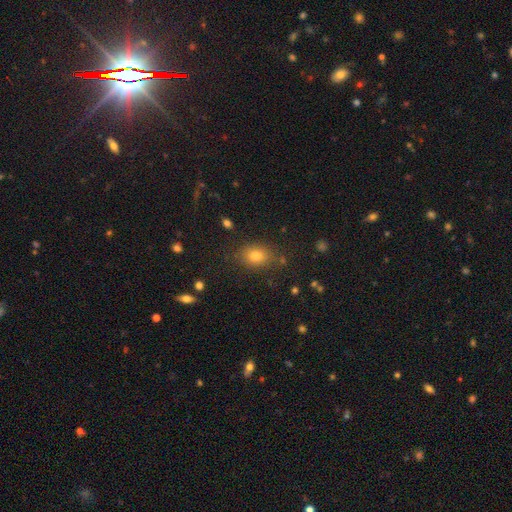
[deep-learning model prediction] Smooth or featured?
  - smooth: 77% *
  - star or artifact: 15%
  - featured or disk: 8%
How rounded?
  - in between: 62% *
  - round: 36%
  - cigar-shaped: 2%
Merging?
  - none: 80% *
  - minor disturbance: 13%
  - major disturbance: 4%
  - merger: 3%